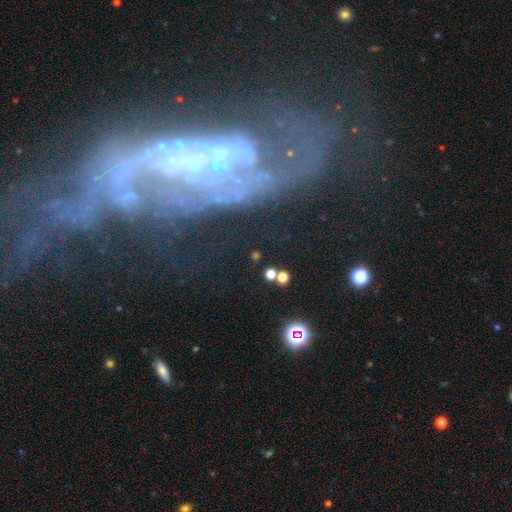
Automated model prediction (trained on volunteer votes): smooth-or-featured: featured or disk: 48% | smooth: 28% | star or artifact: 24%
  merging: none: 69% | minor disturbance: 14% | major disturbance: 10% | merger: 7%